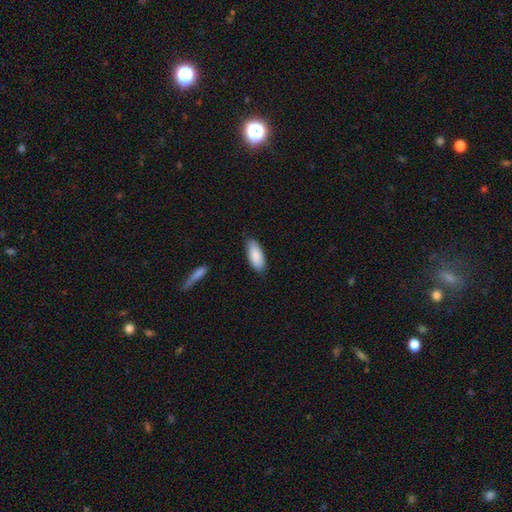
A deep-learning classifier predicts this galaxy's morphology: Smooth or featured? smooth (89%)
How rounded? in between (83%)
Merging? none (83%)